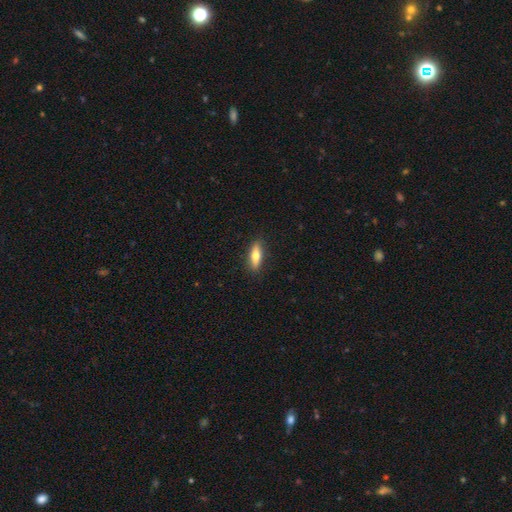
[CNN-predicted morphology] smooth 68%, featured or disk 26%, star or artifact 6%. Down the decision tree: how rounded — cigar-shaped (49%); merging — none (89%).